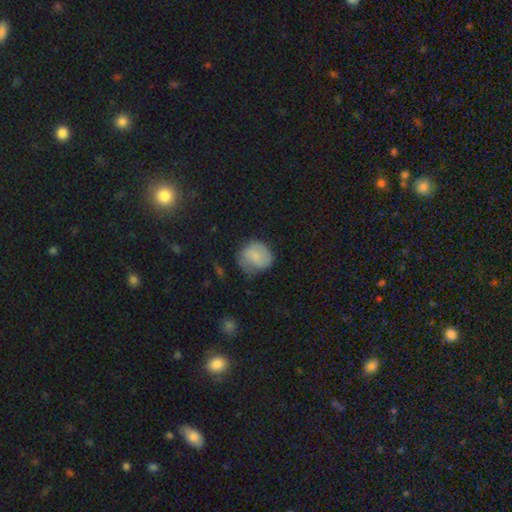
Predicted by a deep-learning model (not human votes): Overall: smooth (71%). How rounded: round (79%). Merging: none (58%; minor disturbance 29%).